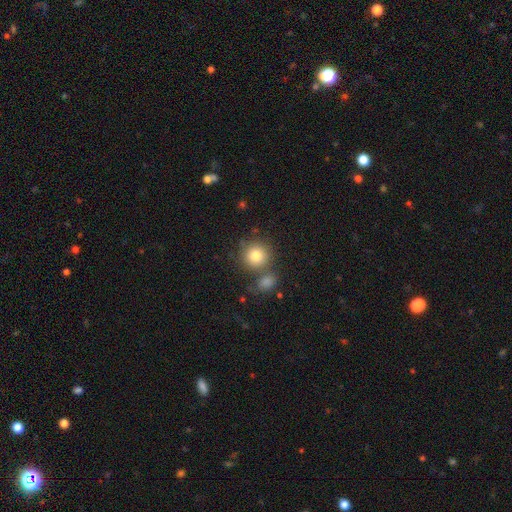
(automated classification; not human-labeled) Overall: smooth (81%). How rounded: round (91%). Merging: none (69%).